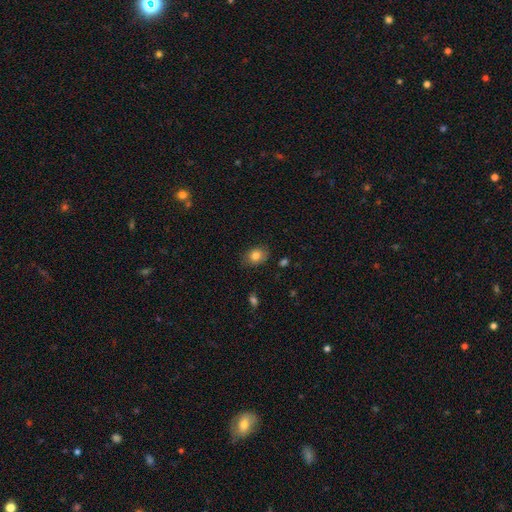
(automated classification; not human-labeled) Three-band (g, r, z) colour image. It shows a smooth galaxy with no disk features (81%) that is in between round and cigar-shaped (57%). Merging: none (80%).